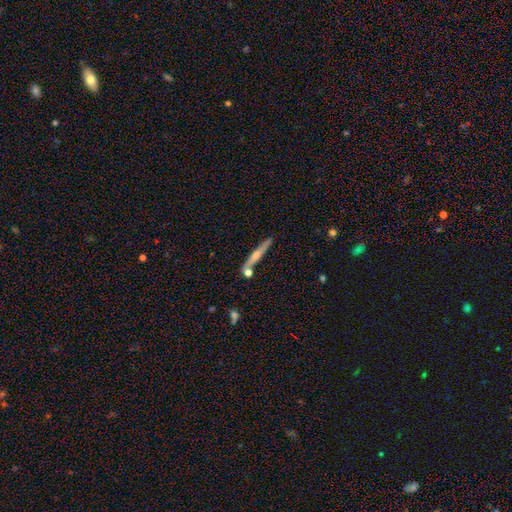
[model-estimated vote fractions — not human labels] Smooth or featured: featured or disk — 56% (smooth — 38%)
Edge-on disk: yes — 96% (no — 4%)
Edge-on bulge: rounded — 77% (none — 17%)
Merging: none — 77% (minor disturbance — 11%)